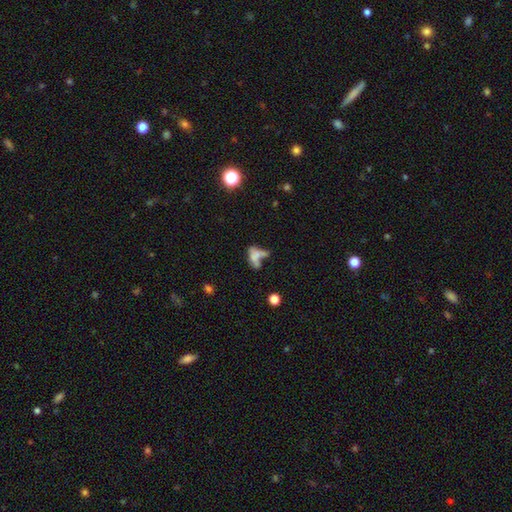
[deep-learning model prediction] This appears to be a smooth galaxy with no disk features (54%) that is in between round and cigar-shaped (76%). Merging: merger (44%).